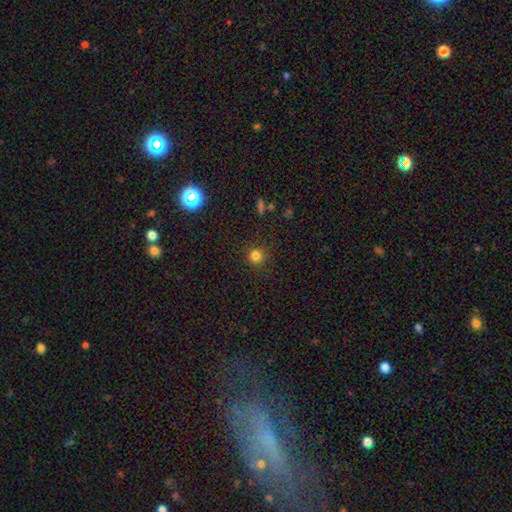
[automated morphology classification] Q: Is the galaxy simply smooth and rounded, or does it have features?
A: smooth — 80%.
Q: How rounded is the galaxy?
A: round — 94%.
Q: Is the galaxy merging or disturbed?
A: none — 88%.